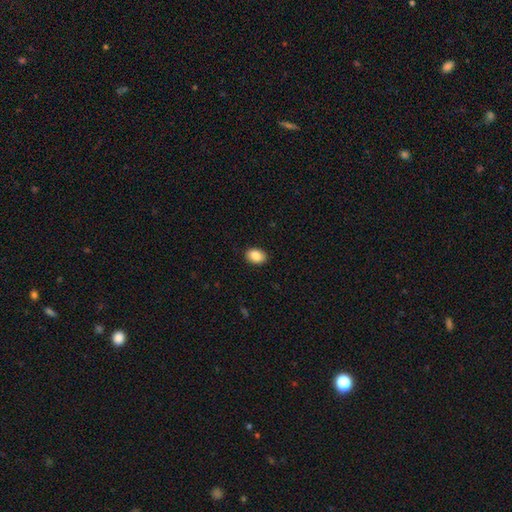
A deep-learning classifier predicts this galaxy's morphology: Overall: smooth (88%). How rounded: in between (78%). Merging: none (89%).